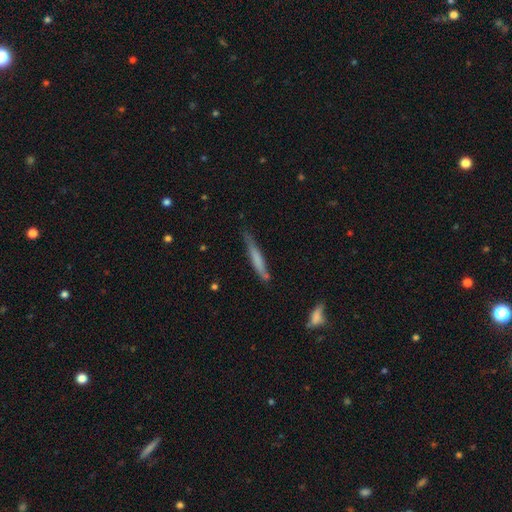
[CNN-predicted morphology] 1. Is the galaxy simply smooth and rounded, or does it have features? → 59% smooth, 34% featured or disk, 7% star or artifact.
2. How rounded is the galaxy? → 94% cigar-shaped, 4% in between, 1% round.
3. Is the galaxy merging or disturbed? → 71% none, 21% minor disturbance, 4% major disturbance, 3% merger.